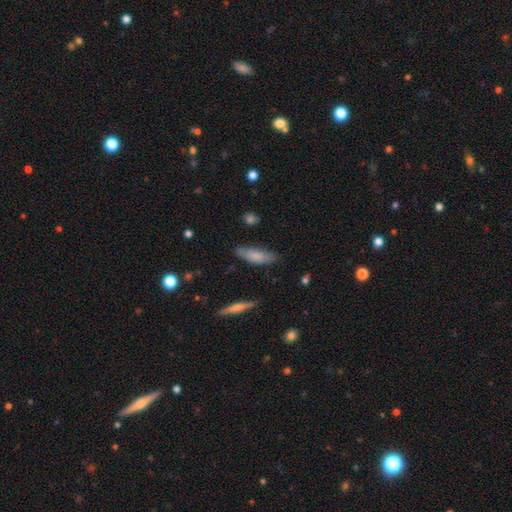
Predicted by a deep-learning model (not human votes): A smooth galaxy with no disk features (79%) that is in between round and cigar-shaped (54%).

Vote fractions:
- Smooth or featured? smooth: 79% / featured or disk: 15% / star or artifact: 6%
- How rounded? in between: 54% / cigar-shaped: 44% / round: 2%
- Merging? none: 75% / minor disturbance: 19% / major disturbance: 4% / merger: 2%